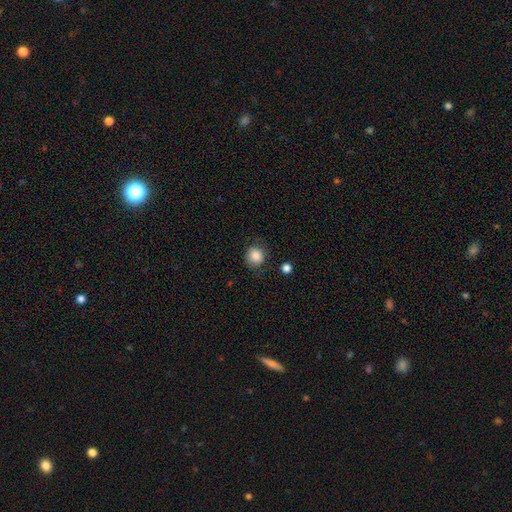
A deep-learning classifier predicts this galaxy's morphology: Smooth or featured? Predicted: smooth (p=0.85). How rounded? Predicted: round (p=0.83). Merging? Predicted: none (p=0.77).